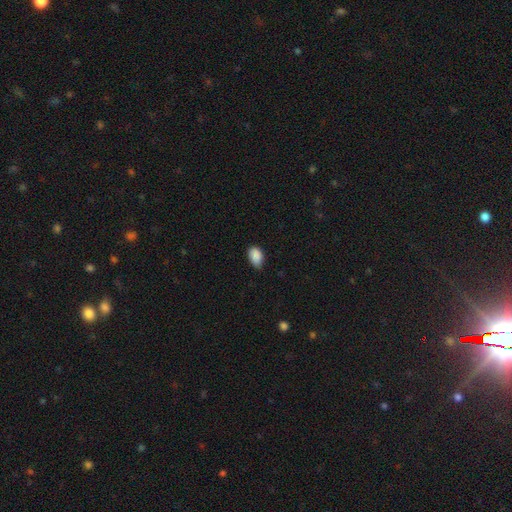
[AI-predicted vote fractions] A smooth galaxy with no disk features (89%) that is in between round and cigar-shaped (87%). Merging: none (64%).